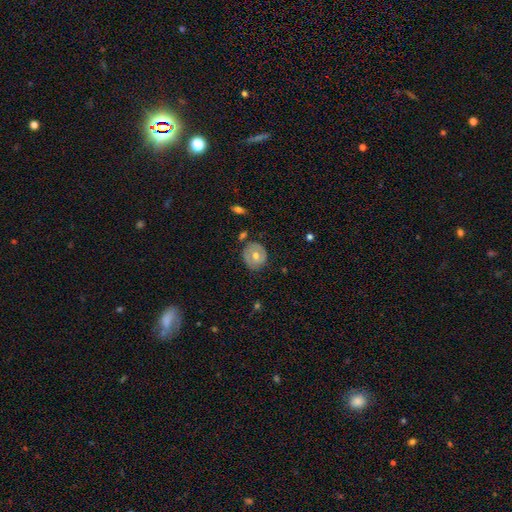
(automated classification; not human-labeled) A smooth galaxy with no disk features (48%). Merging: none (79%).